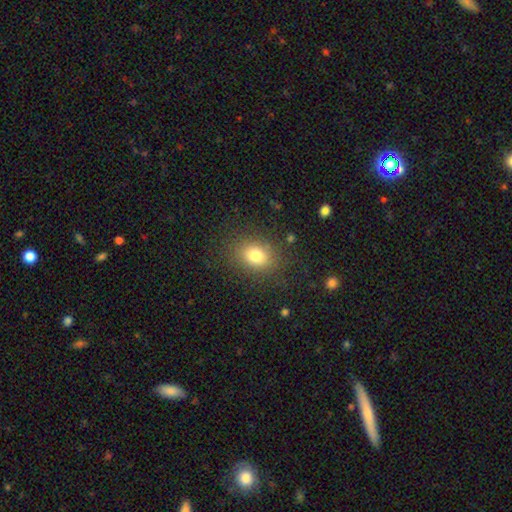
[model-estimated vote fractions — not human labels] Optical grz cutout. It shows a smooth galaxy with no disk features (78%) that is in between round and cigar-shaped (53%). Merging: none (83%).